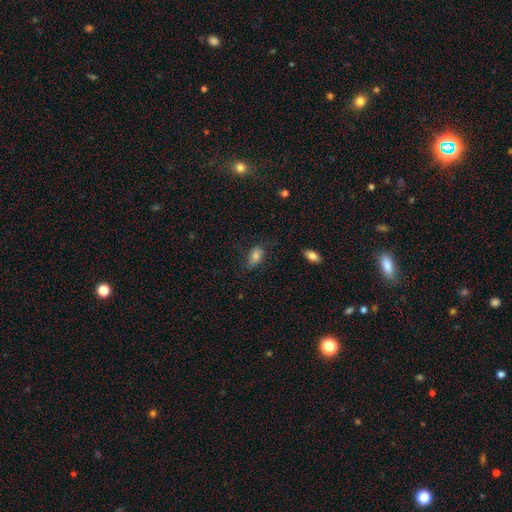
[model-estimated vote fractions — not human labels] smooth 75%, featured or disk 14%, star or artifact 11%. Down the decision tree: how rounded — in between (87%); merging — none (64%).